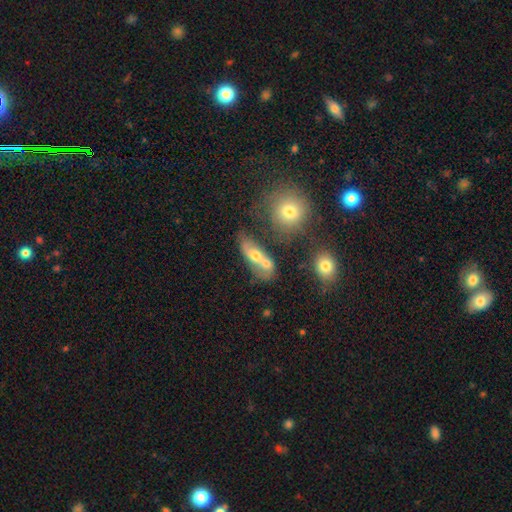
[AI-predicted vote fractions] A smooth galaxy with no disk features (55%) that is in between round and cigar-shaped (68%).

Vote fractions:
- Smooth or featured? smooth: 55% / featured or disk: 33% / star or artifact: 12%
- How rounded? in between: 68% / round: 17% / cigar-shaped: 15%
- Merging? merger: 44% / none: 33% / minor disturbance: 13% / major disturbance: 9%